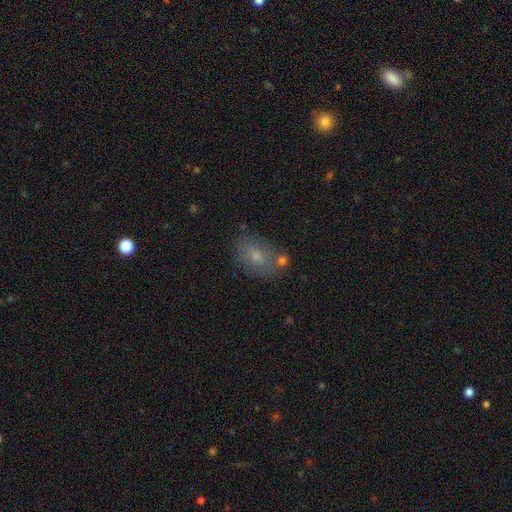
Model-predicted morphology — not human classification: smooth-or-featured: smooth: 69% | featured or disk: 21% | star or artifact: 10%
  how-rounded: in between: 81% | round: 17% | cigar-shaped: 2%
  merging: none: 63% | minor disturbance: 18% | merger: 12% | major disturbance: 6%